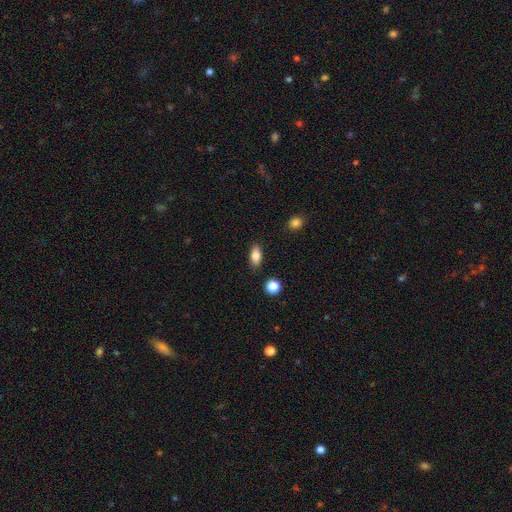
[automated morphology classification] smooth_or_featured: smooth (p=0.81) [alt: featured or disk p=0.10]
how_rounded: in between (p=0.86) [alt: cigar-shaped p=0.07]
merging: none (p=0.87) [alt: minor disturbance p=0.09]